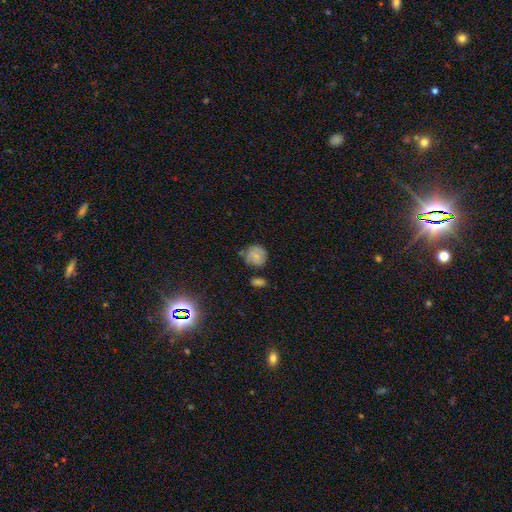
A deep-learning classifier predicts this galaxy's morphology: A smooth galaxy with no disk features (67%) that is round (83%).

Vote fractions:
- Smooth or featured? smooth: 67% / featured or disk: 22% / star or artifact: 10%
- How rounded? round: 83% / in between: 16% / cigar-shaped: 1%
- Merging? none: 62% / minor disturbance: 24% / merger: 8% / major disturbance: 6%